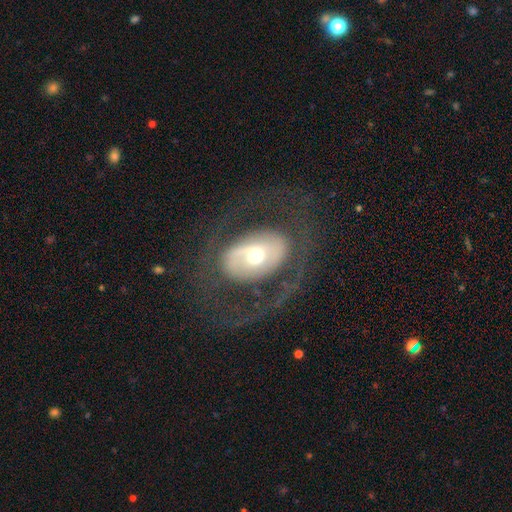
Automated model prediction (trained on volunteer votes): smooth-or-featured: featured or disk: 65% | smooth: 28% | star or artifact: 7%
  disk-edge-on: no: 92% | yes: 8%
    bar: no: 53% | weak: 26% | strong: 21%
    has-spiral-arms: yes: 54% | no: 46%
    bulge-size: moderate: 67% | small: 18% | large: 12% | dominant: 2% | none: 1%
  merging: none: 59% | major disturbance: 25% | minor disturbance: 14% | merger: 2%